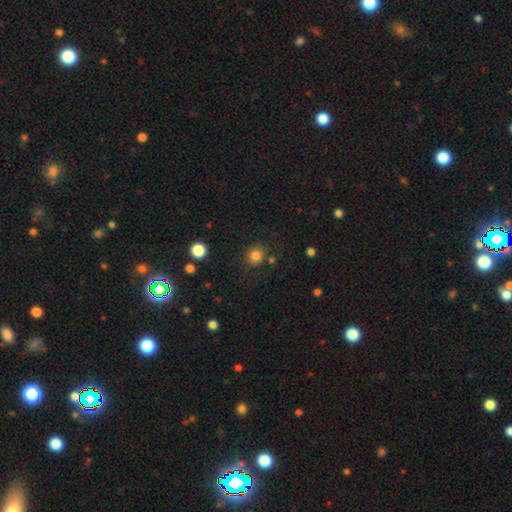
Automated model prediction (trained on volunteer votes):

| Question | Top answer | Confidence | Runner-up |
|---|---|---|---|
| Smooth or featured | smooth | 82% | star or artifact (12%) |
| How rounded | round | 86% | in between (13%) |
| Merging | none | 81% | minor disturbance (11%) |